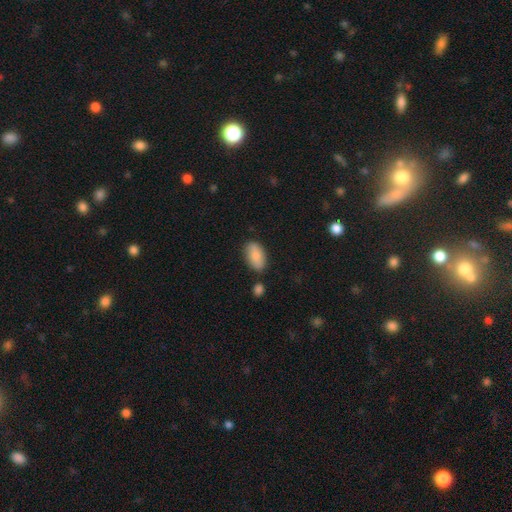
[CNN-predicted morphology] smooth-or-featured: smooth: 83% | featured or disk: 11% | star or artifact: 6%
  how-rounded: in between: 93% | round: 4% | cigar-shaped: 3%
  merging: none: 76% | minor disturbance: 15% | merger: 6% | major disturbance: 3%